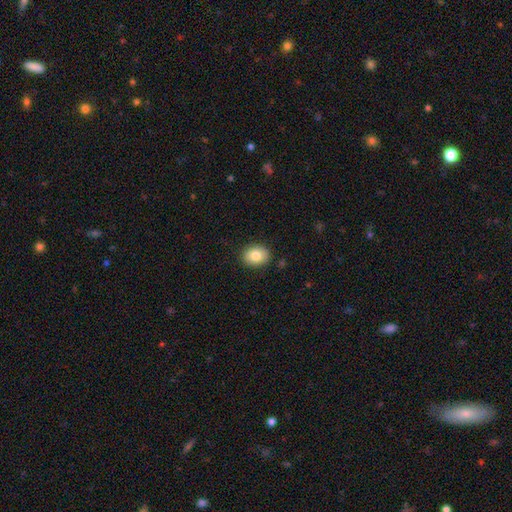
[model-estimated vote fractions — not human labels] This appears to be a smooth galaxy with no disk features (82%) that is in between round and cigar-shaped (56%). Merging: none (88%).